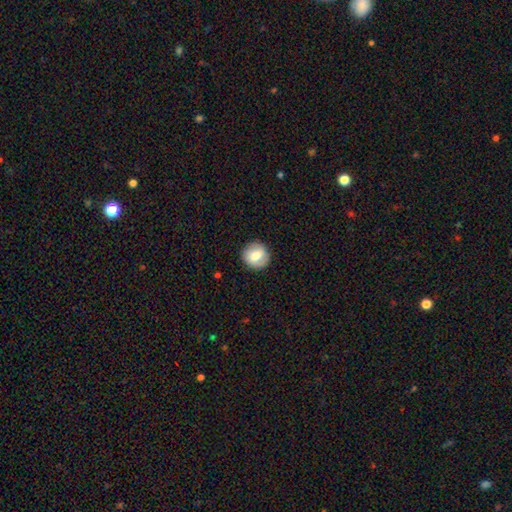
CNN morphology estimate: This is likely a smooth galaxy (70%). How rounded: clearly round (93%). Merging: clearly none (90%).